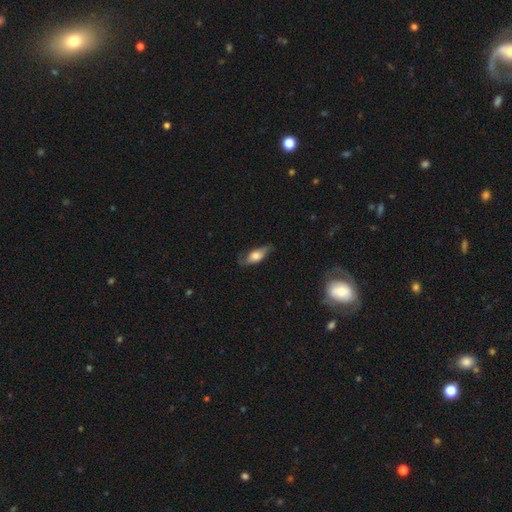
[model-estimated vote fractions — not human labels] Smooth or featured? smooth (53%)
How rounded? in between (73%)
Merging? none (65%)